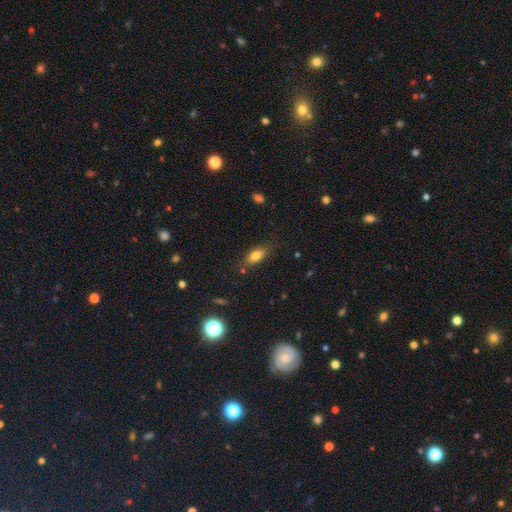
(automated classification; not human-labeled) Smooth or featured: smooth — 78% (featured or disk — 13%)
How rounded: in between — 80% (cigar-shaped — 13%)
Merging: none — 77% (minor disturbance — 16%)